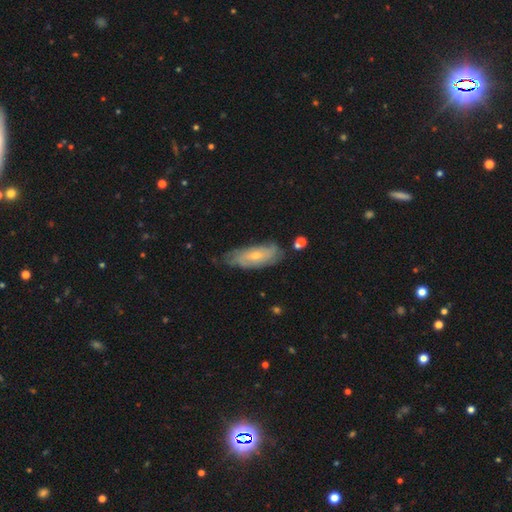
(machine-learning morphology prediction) A featured or disk galaxy (58%).

Vote fractions:
- Smooth or featured? featured or disk: 58% / smooth: 35% / star or artifact: 7%
- Edge-on disk? no: 84% / yes: 16%
- Merging? none: 68% / minor disturbance: 24% / major disturbance: 6% / merger: 3%